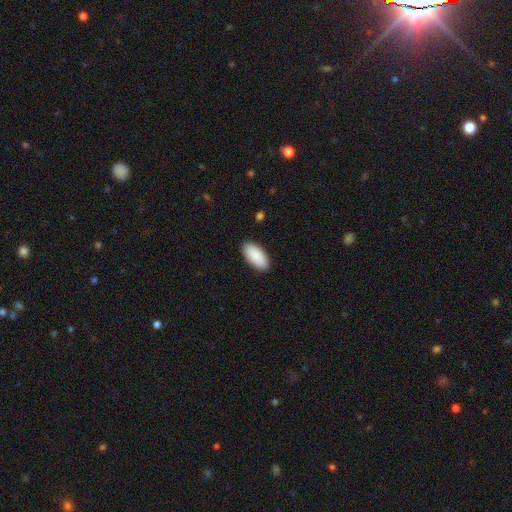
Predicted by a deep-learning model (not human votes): A smooth galaxy with no disk features (91%) that is in between round and cigar-shaped (93%).

Vote fractions:
- Smooth or featured? smooth: 91% / star or artifact: 5% / featured or disk: 4%
- How rounded? in between: 93% / cigar-shaped: 5% / round: 2%
- Merging? none: 89% / minor disturbance: 8% / major disturbance: 2% / merger: 1%